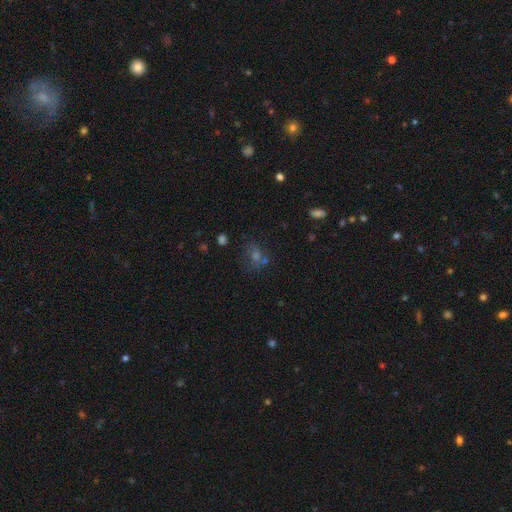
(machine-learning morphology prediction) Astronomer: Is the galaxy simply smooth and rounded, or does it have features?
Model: smooth — 41% (runner-up: star or artifact, 39%).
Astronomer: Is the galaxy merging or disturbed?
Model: none — 61%.